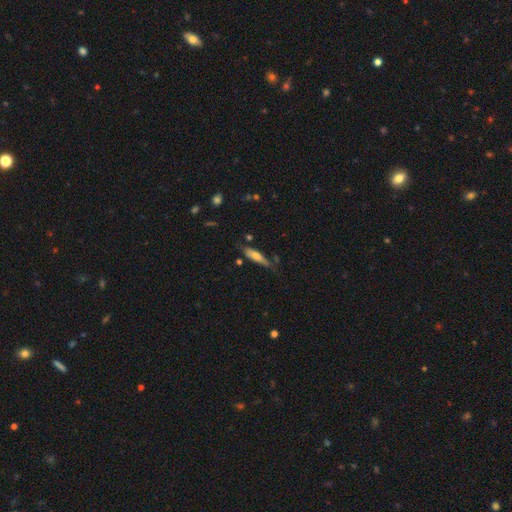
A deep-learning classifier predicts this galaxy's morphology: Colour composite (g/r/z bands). It shows a smooth galaxy with no disk features (55%) that is cigar-shaped (68%). Merging: none (61%).